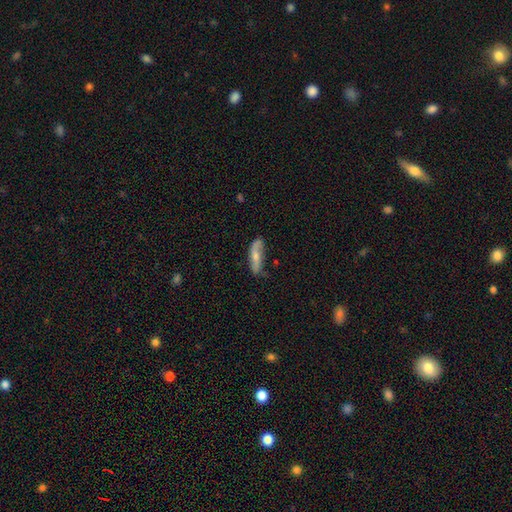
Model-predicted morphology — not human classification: Smooth or featured?
  - smooth: 50% *
  - featured or disk: 44%
  - star or artifact: 6%
How rounded?
  - cigar-shaped: 52% *
  - in between: 45%
  - round: 3%
Merging?
  - none: 62% *
  - minor disturbance: 28%
  - major disturbance: 7%
  - merger: 3%